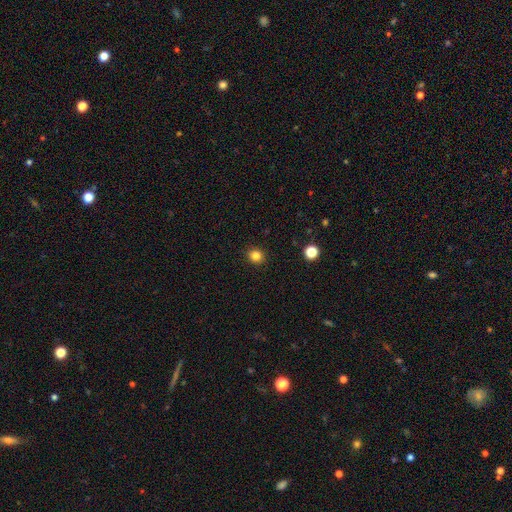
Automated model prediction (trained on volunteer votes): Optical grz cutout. It shows a smooth galaxy with no disk features (83%) that is round (85%). Merging: none (92%).